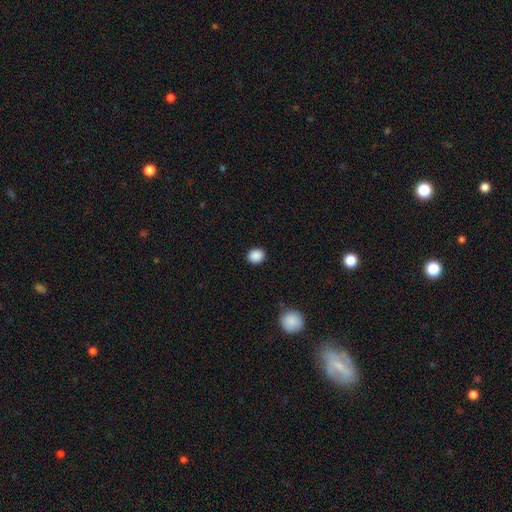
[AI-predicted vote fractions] Smooth or featured?
  - smooth: 89% *
  - star or artifact: 9%
  - featured or disk: 2%
How rounded?
  - round: 73% *
  - in between: 26%
  - cigar-shaped: 1%
Merging?
  - none: 91% *
  - minor disturbance: 6%
  - major disturbance: 2%
  - merger: 1%